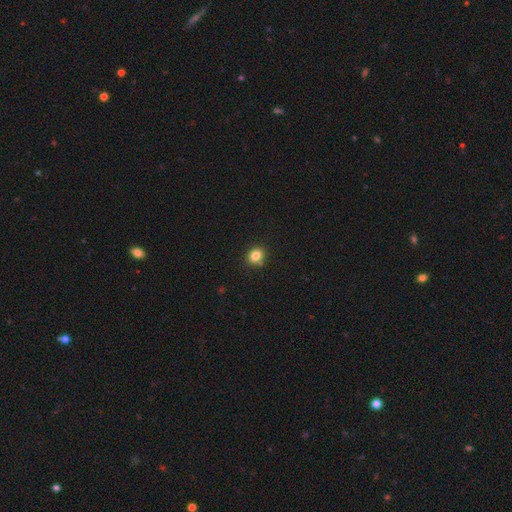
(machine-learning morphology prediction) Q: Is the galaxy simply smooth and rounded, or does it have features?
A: smooth — 82%.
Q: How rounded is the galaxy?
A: round — 68%.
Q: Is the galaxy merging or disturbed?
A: none — 83%.